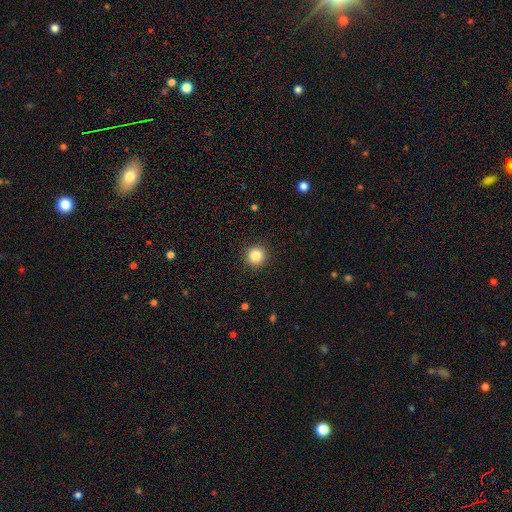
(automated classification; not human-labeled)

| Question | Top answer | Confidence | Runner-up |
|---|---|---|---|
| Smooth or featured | smooth | 85% | star or artifact (11%) |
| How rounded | round | 95% | in between (4%) |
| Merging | none | 92% | minor disturbance (5%) |